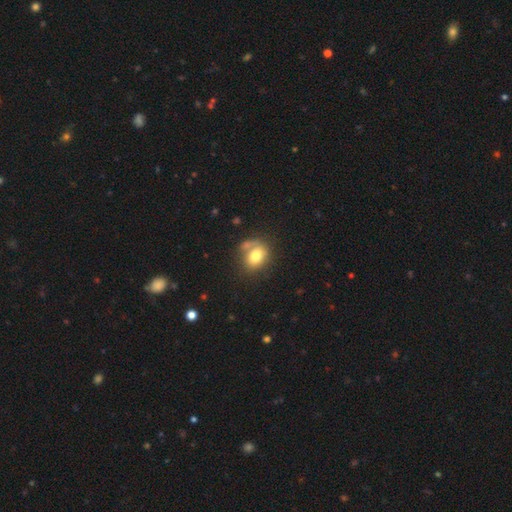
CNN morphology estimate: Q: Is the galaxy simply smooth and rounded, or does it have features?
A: smooth — 76%.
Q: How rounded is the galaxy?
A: round — 52%.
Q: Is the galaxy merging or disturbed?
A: none — 54%.